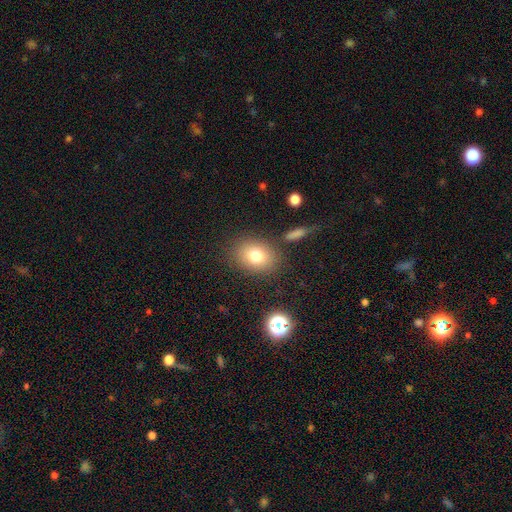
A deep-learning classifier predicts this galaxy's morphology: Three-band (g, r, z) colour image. It shows a smooth galaxy with no disk features (78%) that is in between round and cigar-shaped (57%). Merging: none (81%).